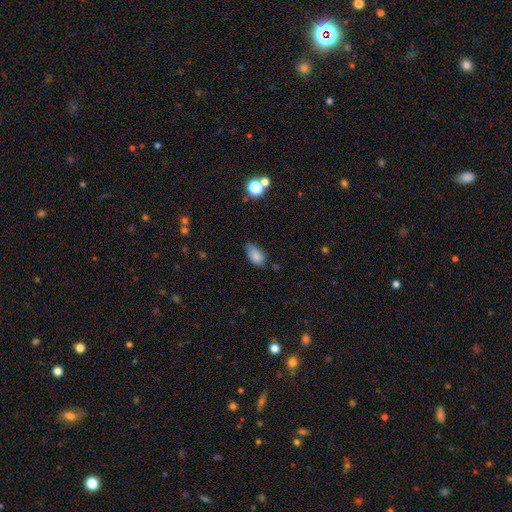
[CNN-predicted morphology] This appears to be a smooth galaxy with no disk features (82%) that is in between round and cigar-shaped (90%). Merging: none (48%).